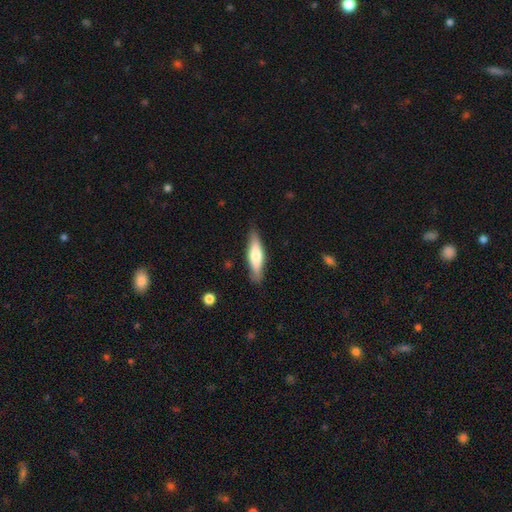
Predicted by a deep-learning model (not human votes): A smooth galaxy with no disk features (60%) that is cigar-shaped (68%). Merging: none (86%).